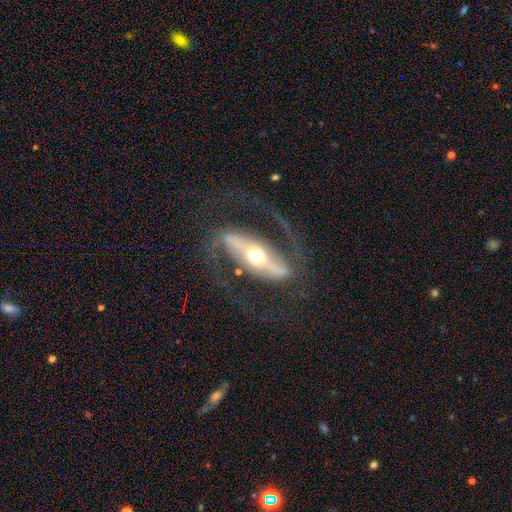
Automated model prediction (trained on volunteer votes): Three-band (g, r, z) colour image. It shows a featured or disk galaxy (89%) with a strong bar (75%), 2 (92%) medium (52%) spiral arms (92%) and a moderate central bulge (67%). Merging: none (74%).